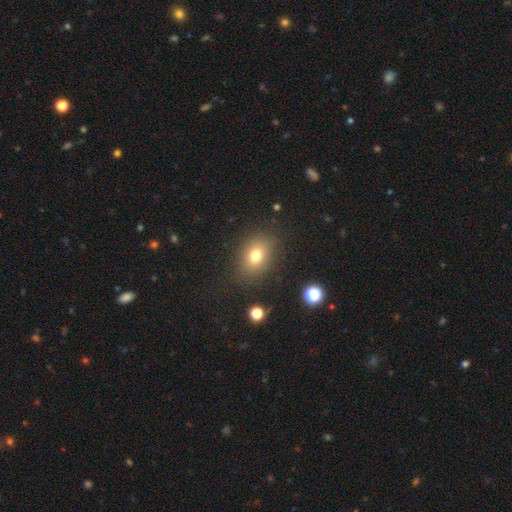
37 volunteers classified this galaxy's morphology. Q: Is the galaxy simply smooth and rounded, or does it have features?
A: smooth — 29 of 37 (78%).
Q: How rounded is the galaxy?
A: in between — 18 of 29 (62%).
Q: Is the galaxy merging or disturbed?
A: none — 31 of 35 (89%).